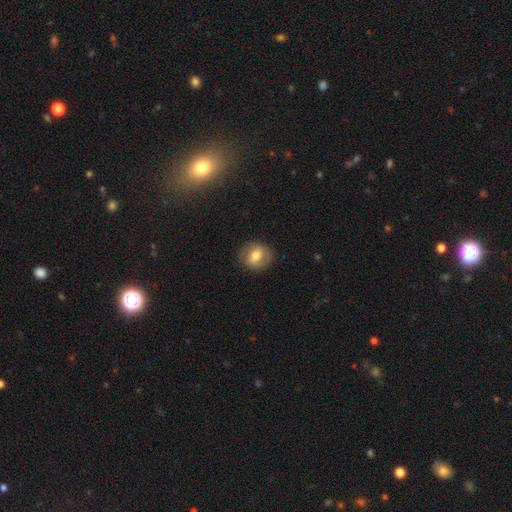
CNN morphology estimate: Smooth or featured: smooth — 67% (featured or disk — 25%)
How rounded: round — 74% (in between — 25%)
Merging: none — 86% (minor disturbance — 10%)